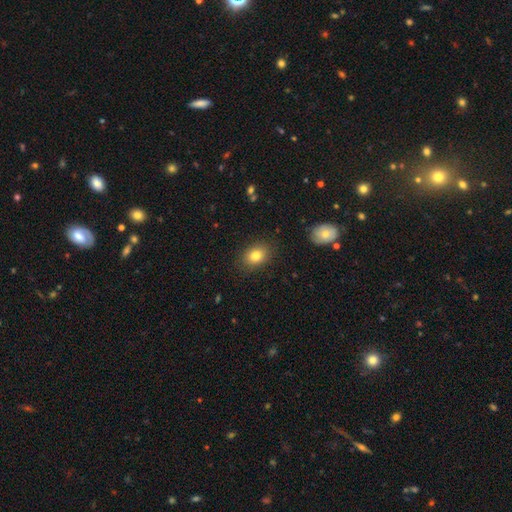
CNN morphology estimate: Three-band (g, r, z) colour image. It shows a smooth galaxy with no disk features (81%) that is in between round and cigar-shaped (67%). Merging: none (86%).